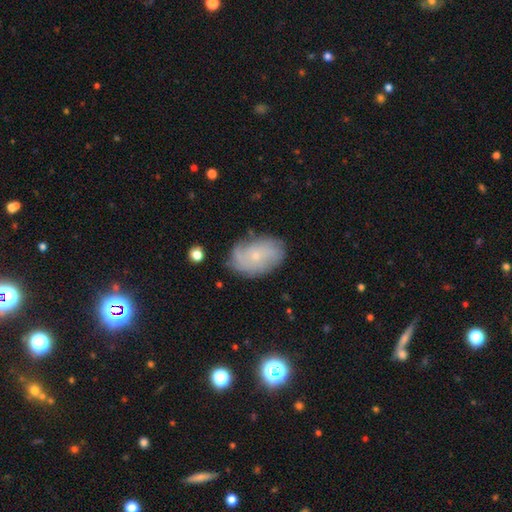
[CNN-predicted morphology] A featured or disk galaxy (60%) with no bar (82%), spiral arms (83%) and a small central bulge (82%). Merging: none (70%).